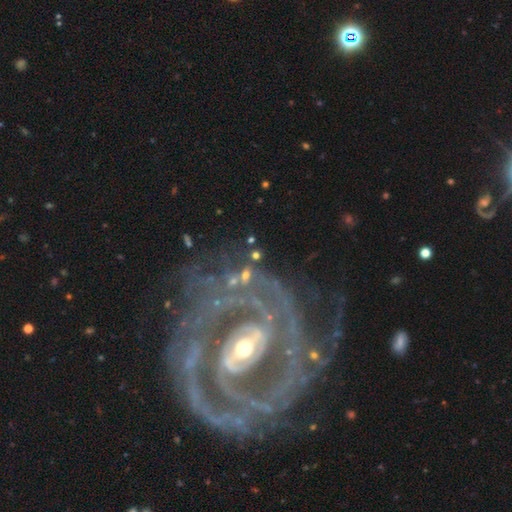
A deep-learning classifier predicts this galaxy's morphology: Smooth or featured?
  - featured or disk: 48% *
  - smooth: 29%
  - star or artifact: 24%
Merging?
  - none: 61% *
  - minor disturbance: 17%
  - major disturbance: 13%
  - merger: 9%